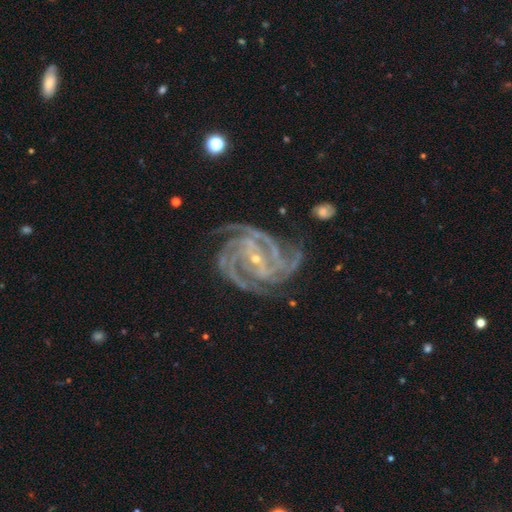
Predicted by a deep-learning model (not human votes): Smooth or featured: featured or disk — 91% (star or artifact — 6%)
Edge-on disk: no — 98% (yes — 2%)
Bar: weak — 37% (strong — 36%)
Spiral arms: yes — 99% (no — 1%)
Spiral winding: tight — 65% (medium — 31%)
Spiral arm count: 4 — 35% (3 — 25%)
Bulge size: small — 79% (moderate — 18%)
Merging: none — 73% (minor disturbance — 17%)